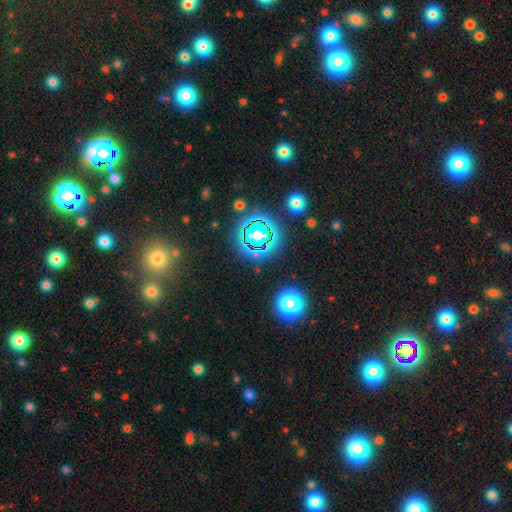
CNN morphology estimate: Q: Smooth or featured?
A: star or artifact (66%); runner-up: smooth (25%)